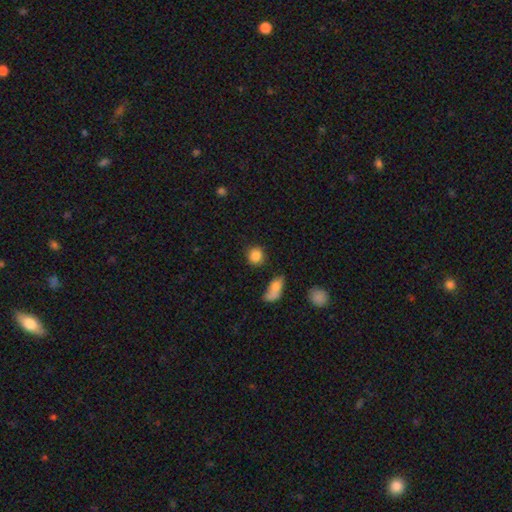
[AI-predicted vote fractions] smooth-or-featured: smooth: 85% | star or artifact: 9% | featured or disk: 6%
  how-rounded: round: 87% | in between: 11% | cigar-shaped: 1%
  merging: none: 80% | minor disturbance: 11% | merger: 5% | major disturbance: 4%